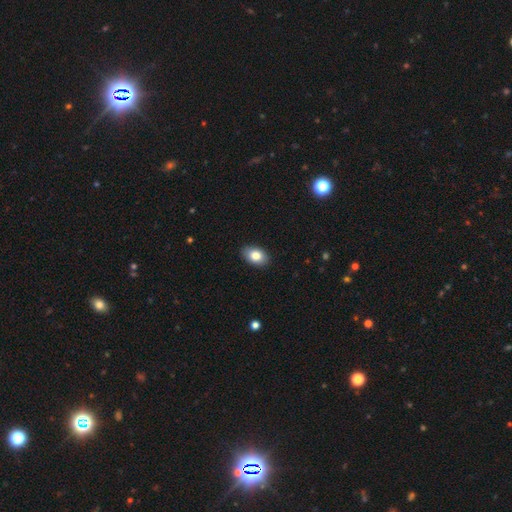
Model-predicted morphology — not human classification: The model was most divided on "smooth or featured": smooth: 82%, featured or disk: 10%, star or artifact: 8%. More confident: merging — none (89%); how rounded — in between (87%).